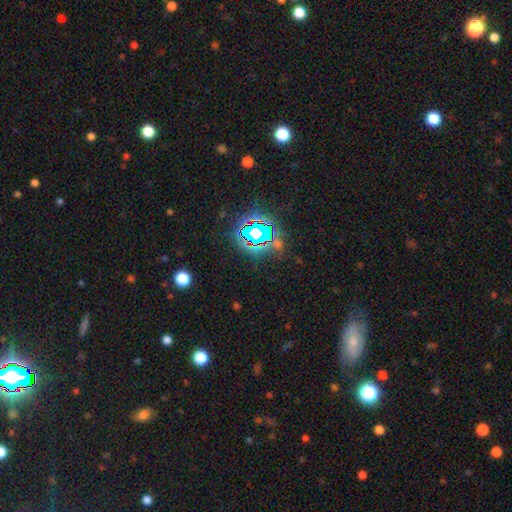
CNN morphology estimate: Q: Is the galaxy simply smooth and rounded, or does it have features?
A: star or artifact — 77%.